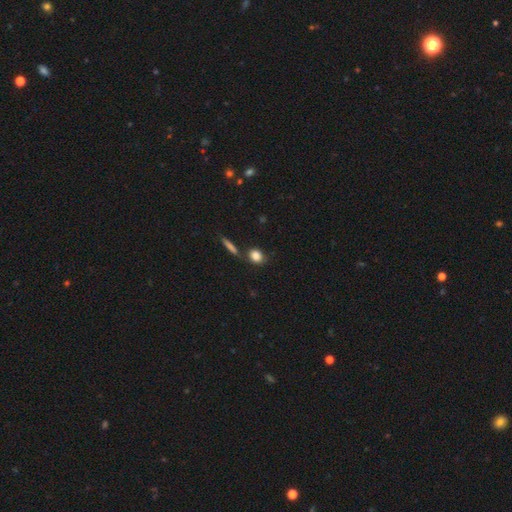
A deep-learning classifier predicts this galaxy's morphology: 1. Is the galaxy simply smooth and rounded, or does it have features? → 85% smooth, 9% star or artifact, 6% featured or disk.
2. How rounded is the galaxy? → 55% round, 40% in between, 5% cigar-shaped.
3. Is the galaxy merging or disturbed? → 73% none, 12% minor disturbance, 11% merger, 4% major disturbance.